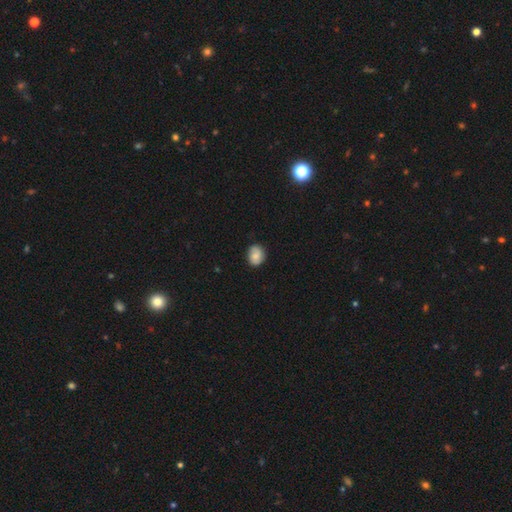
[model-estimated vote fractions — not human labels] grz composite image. It shows a smooth galaxy with no disk features (68%) that is round (64%). Merging: none (78%).